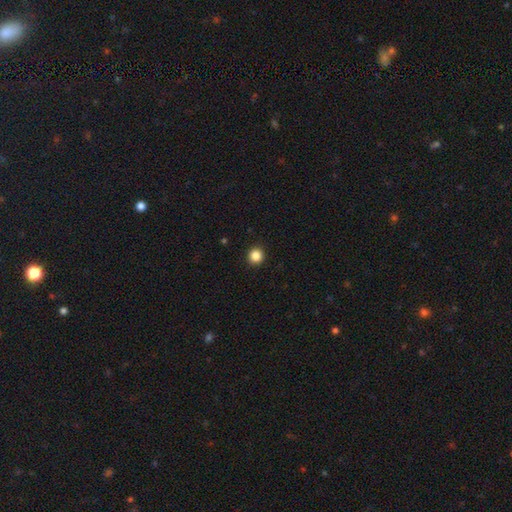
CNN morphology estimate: Q: Smooth or featured?
A: smooth (86%); runner-up: star or artifact (11%)
Q: How rounded?
A: round (94%); runner-up: in between (5%)
Q: Merging?
A: none (93%); runner-up: minor disturbance (4%)